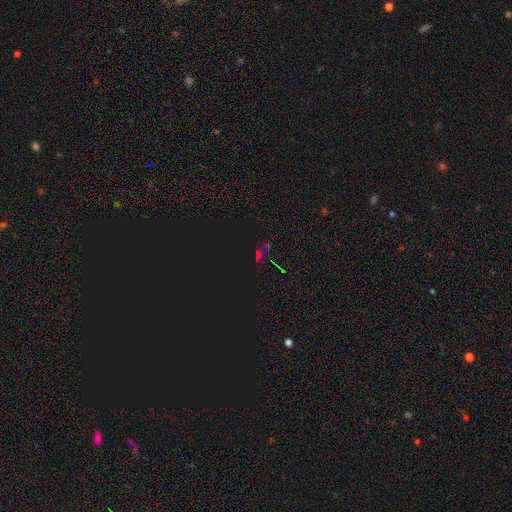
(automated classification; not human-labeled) smooth_or_featured: star or artifact (p=0.71) [alt: smooth p=0.18]